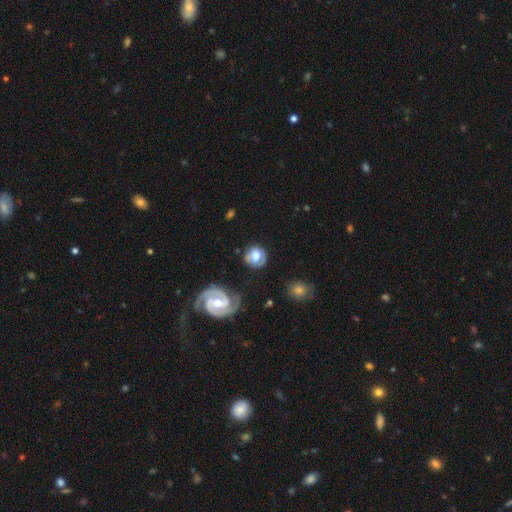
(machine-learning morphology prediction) The model was most divided on "smooth or featured": smooth: 58%, featured or disk: 34%, star or artifact: 8%. More confident: how rounded — round (82%); merging — none (70%).